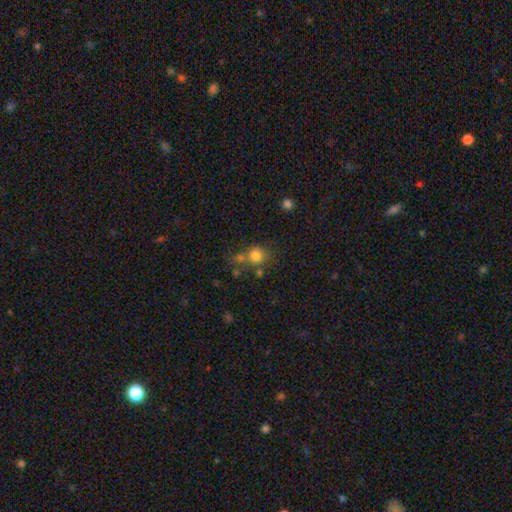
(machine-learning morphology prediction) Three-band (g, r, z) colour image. It shows a smooth galaxy with no disk features (76%) that is round (77%). Merging: none (54%).